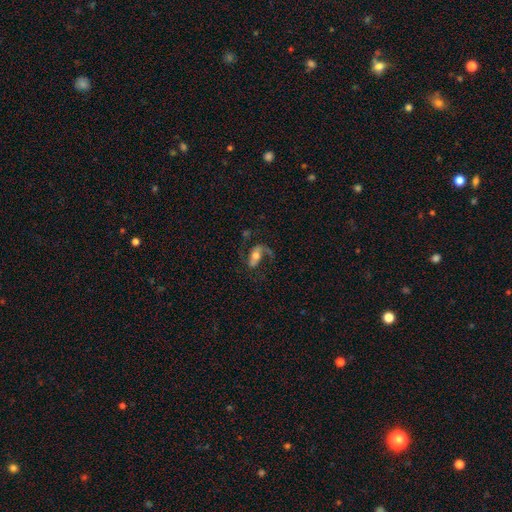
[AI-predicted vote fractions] This appears to be a featured or disk galaxy (70%) with no bar (37%), 2 (78%) loose (53%) spiral arms (87%) and a moderate central bulge (63%). Merging: none (57%).